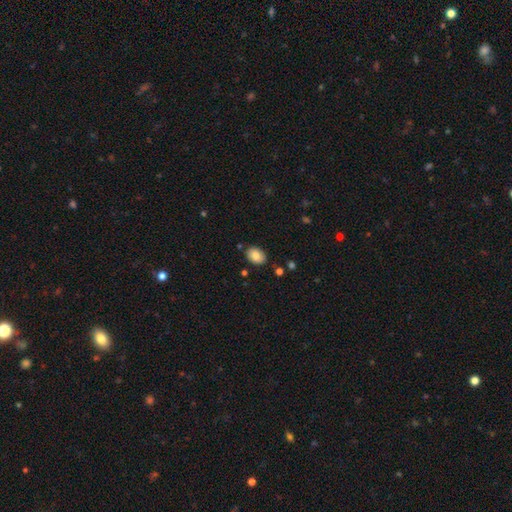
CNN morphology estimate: Overall: smooth (83%). How rounded: in between (77%). Merging: none (84%).